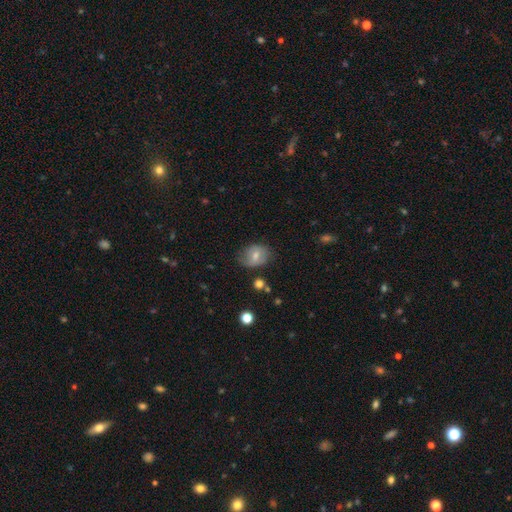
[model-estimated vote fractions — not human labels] Overall: smooth (62%; featured or disk 29%). How rounded: in between (55%; round 44%). Merging: none (66%).